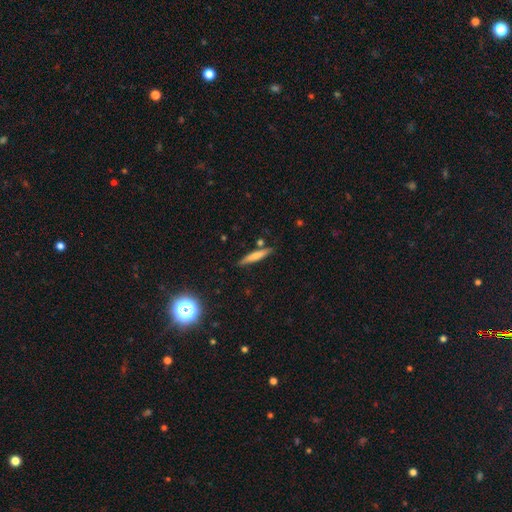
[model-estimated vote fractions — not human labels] Q: Smooth or featured?
A: smooth (65%); runner-up: featured or disk (28%)
Q: How rounded?
A: cigar-shaped (92%); runner-up: in between (7%)
Q: Merging?
A: none (82%); runner-up: minor disturbance (11%)